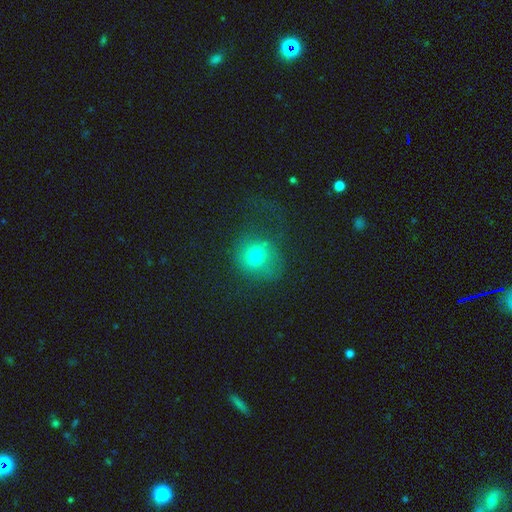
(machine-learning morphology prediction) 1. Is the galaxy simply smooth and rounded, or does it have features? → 68% smooth, 17% featured or disk, 15% star or artifact.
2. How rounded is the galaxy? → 80% round, 19% in between, 1% cigar-shaped.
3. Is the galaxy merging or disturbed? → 40% none, 39% major disturbance, 18% minor disturbance, 4% merger.